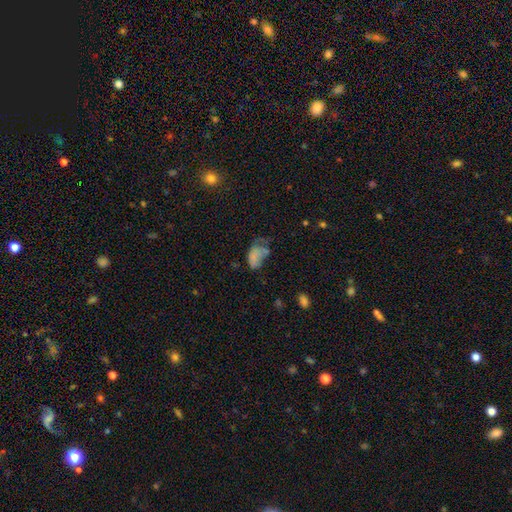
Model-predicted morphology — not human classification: Q: Smooth or featured?
A: smooth (62%); runner-up: featured or disk (24%)
Q: How rounded?
A: in between (88%); runner-up: round (10%)
Q: Merging?
A: major disturbance (40%); runner-up: minor disturbance (27%)